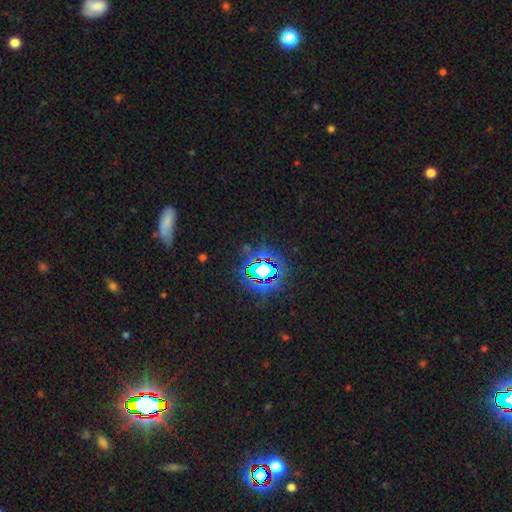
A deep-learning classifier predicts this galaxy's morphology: Q: Smooth or featured?
A: star or artifact (77%); runner-up: smooth (14%)